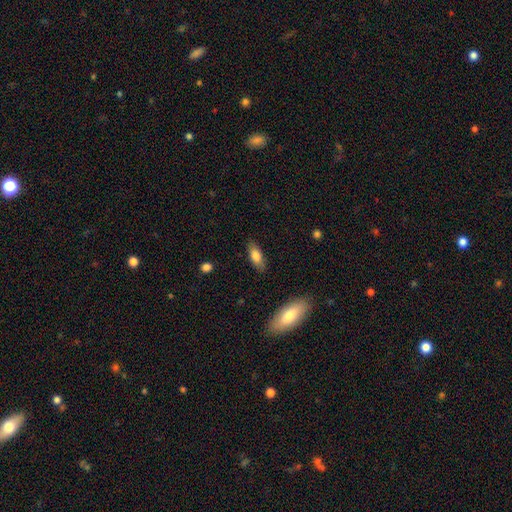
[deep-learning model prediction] Smooth or featured? Predicted: smooth (p=0.79). How rounded? Predicted: in between (p=0.76). Merging? Predicted: none (p=0.84).